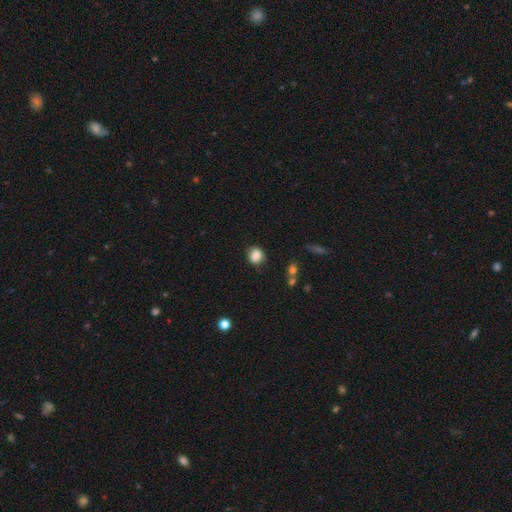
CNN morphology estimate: This appears to be a smooth galaxy with no disk features (85%) that is round (65%). Merging: none (79%).